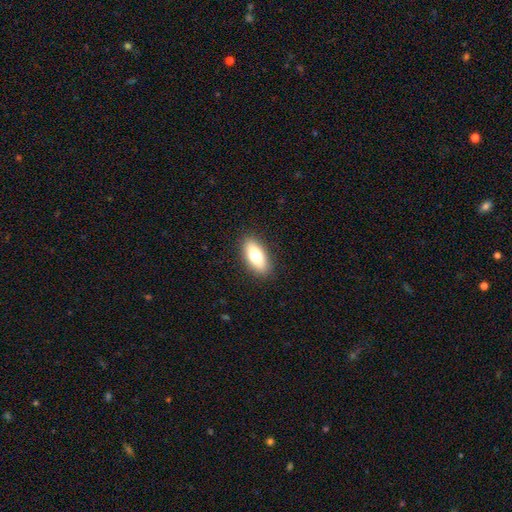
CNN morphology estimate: The model was most divided on "smooth or featured": smooth: 75%, featured or disk: 18%, star or artifact: 7%. More confident: merging — none (89%); how rounded — in between (83%).